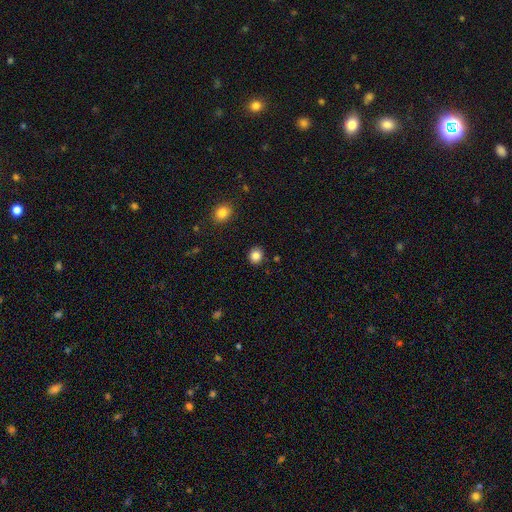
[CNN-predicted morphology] Smooth or featured?
  - smooth: 85% *
  - star or artifact: 11%
  - featured or disk: 4%
How rounded?
  - round: 84% *
  - in between: 15%
  - cigar-shaped: 1%
Merging?
  - none: 91% *
  - minor disturbance: 6%
  - major disturbance: 2%
  - merger: 2%